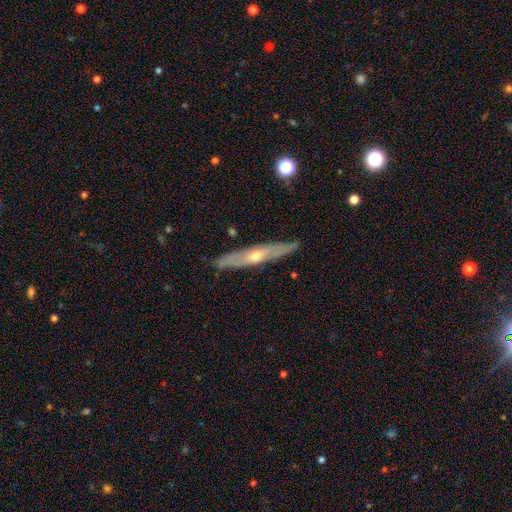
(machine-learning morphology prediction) A featured or disk galaxy (68%) viewed edge-on (80%) with a rounded central bulge (81%).

Vote fractions:
- Smooth or featured? featured or disk: 68% / smooth: 26% / star or artifact: 6%
- Edge-on disk? yes: 80% / no: 20%
- Edge-on bulge? rounded: 81% / none: 17% / boxy: 2%
- Merging? none: 87% / minor disturbance: 10% / major disturbance: 2% / merger: 1%